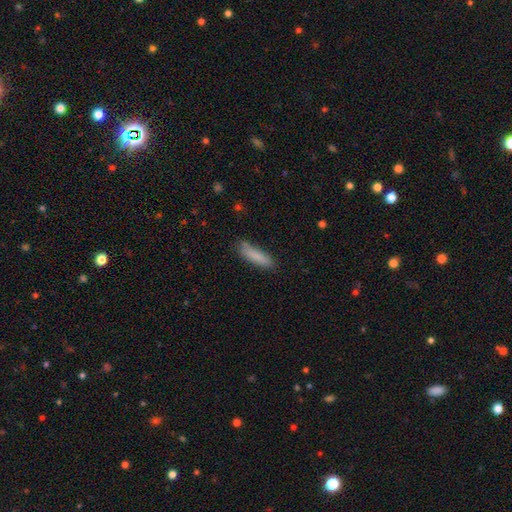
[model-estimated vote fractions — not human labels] Smooth or featured?
  - smooth: 85% *
  - featured or disk: 9%
  - star or artifact: 7%
How rounded?
  - cigar-shaped: 70% *
  - in between: 28%
  - round: 1%
Merging?
  - none: 78% *
  - minor disturbance: 17%
  - major disturbance: 3%
  - merger: 3%